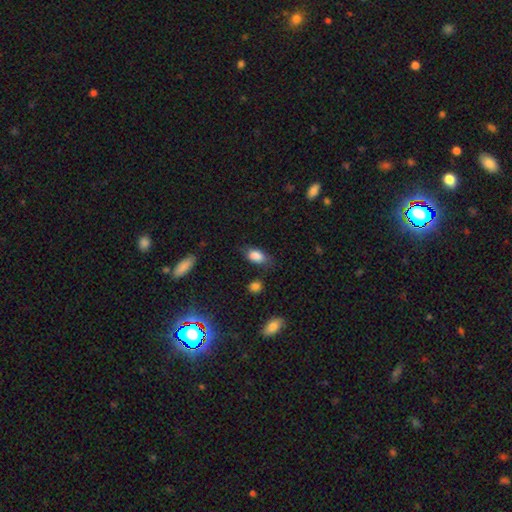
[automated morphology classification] smooth-or-featured: smooth: 85% | star or artifact: 8% | featured or disk: 7%
  how-rounded: in between: 88% | round: 7% | cigar-shaped: 5%
  merging: none: 67% | minor disturbance: 24% | major disturbance: 6% | merger: 3%